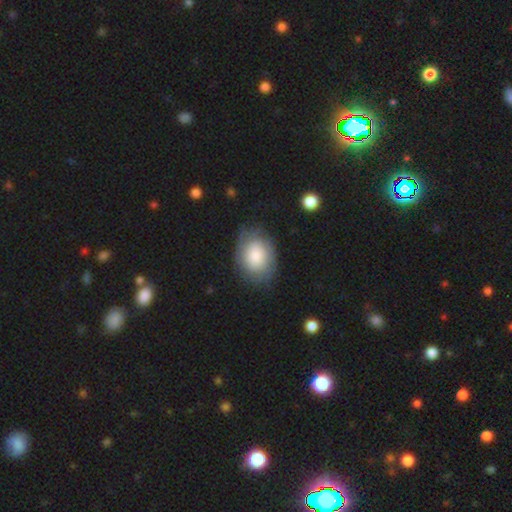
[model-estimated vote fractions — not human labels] smooth-or-featured: smooth: 65% | featured or disk: 27% | star or artifact: 8%
  how-rounded: in between: 67% | round: 32% | cigar-shaped: 1%
  merging: none: 68% | minor disturbance: 21% | major disturbance: 9% | merger: 2%